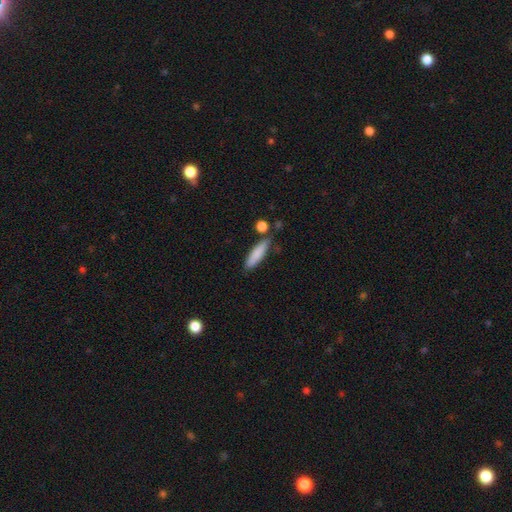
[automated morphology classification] Smooth or featured? smooth (84%)
How rounded? cigar-shaped (71%)
Merging? none (75%)